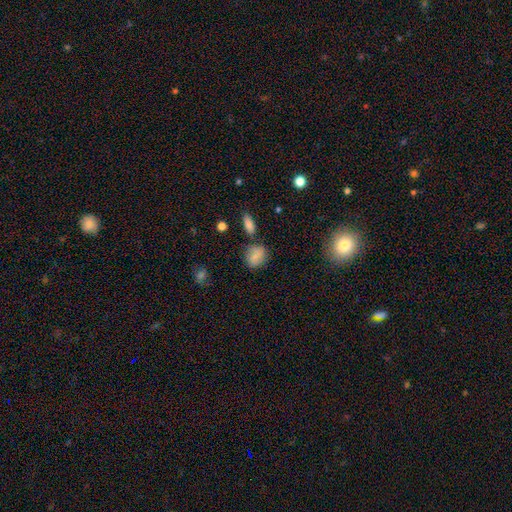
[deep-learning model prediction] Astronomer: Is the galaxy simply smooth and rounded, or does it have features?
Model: smooth — 79%.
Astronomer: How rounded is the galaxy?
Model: round — 54% (runner-up: in between, 44%).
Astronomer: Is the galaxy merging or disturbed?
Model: none — 71%.